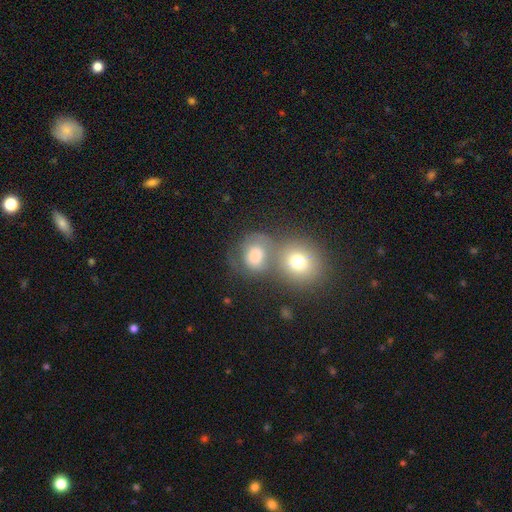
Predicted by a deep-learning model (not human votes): smooth_or_featured: smooth (p=0.68) [alt: featured or disk p=0.21]
how_rounded: round (p=0.68) [alt: in between p=0.31]
merging: merger (p=0.54) [alt: none p=0.29]